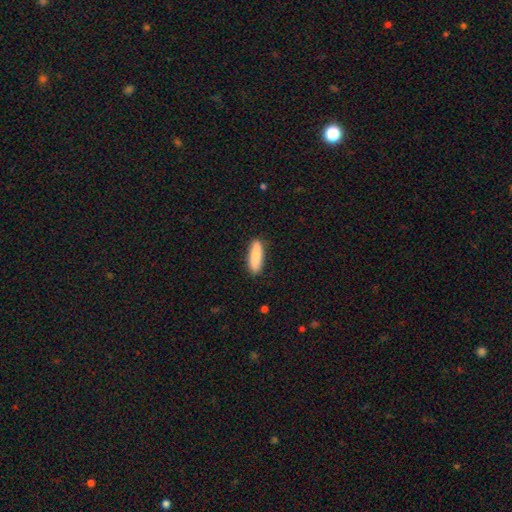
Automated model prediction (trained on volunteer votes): smooth_or_featured: smooth (p=0.83) [alt: featured or disk p=0.11]
how_rounded: cigar-shaped (p=0.55) [alt: in between p=0.43]
merging: none (p=0.86) [alt: minor disturbance p=0.11]